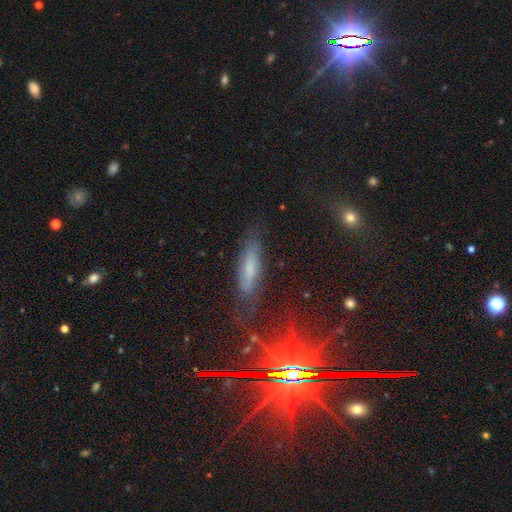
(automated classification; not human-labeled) A smooth galaxy with no disk features (59%) that is cigar-shaped (69%). Merging: none (69%).